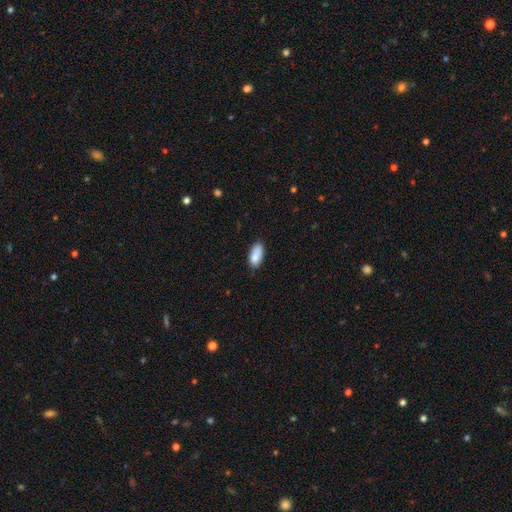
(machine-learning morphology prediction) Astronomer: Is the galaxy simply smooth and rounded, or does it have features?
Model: smooth — 86%.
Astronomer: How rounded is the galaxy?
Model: in between — 87%.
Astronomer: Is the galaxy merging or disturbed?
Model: none — 74%.